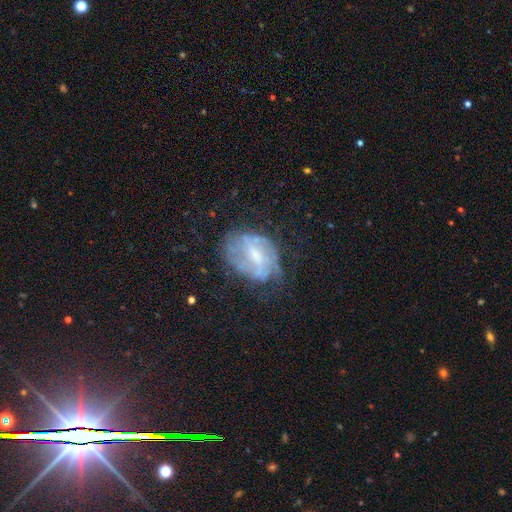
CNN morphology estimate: The model was most divided on "bulge size": small: 41%, moderate: 36%, none: 18%, large: 4%, dominant: 1%. More confident: edge-on disk — no (96%); smooth or featured — featured or disk (66%); spiral arms — yes (59%); merging — none (51%); bar — weak (50%).